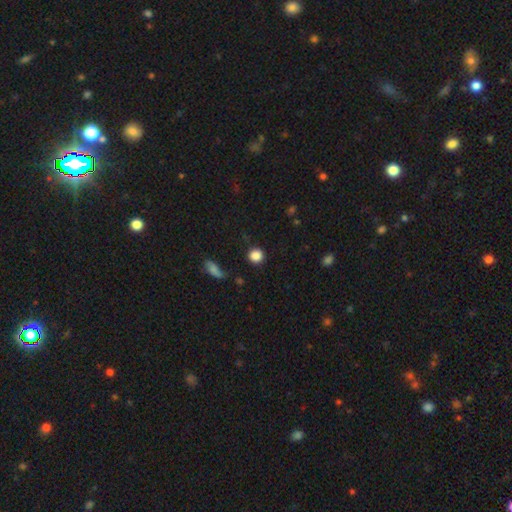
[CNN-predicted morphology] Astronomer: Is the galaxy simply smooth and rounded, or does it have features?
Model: smooth — 86%.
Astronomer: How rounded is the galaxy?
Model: round — 91%.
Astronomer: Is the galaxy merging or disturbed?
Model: none — 86%.